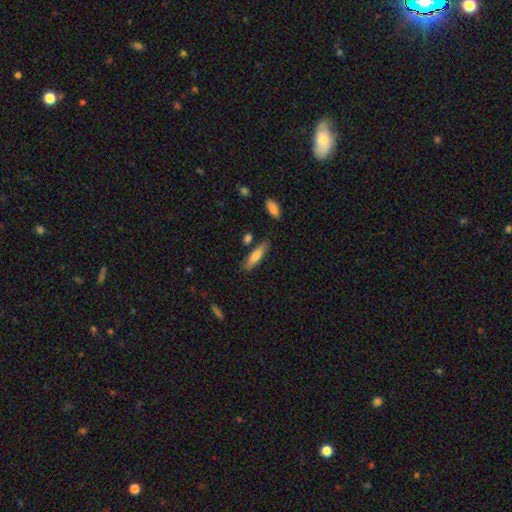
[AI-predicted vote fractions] Morphology: type=smooth (70%); roundness=cigar-shaped (64%); merging=none (78%).